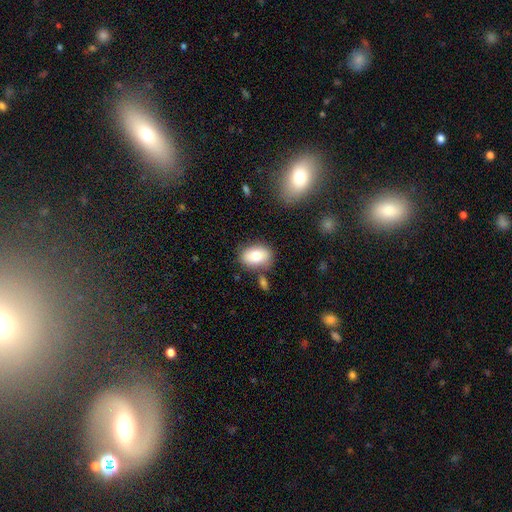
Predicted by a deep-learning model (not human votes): Smooth or featured: smooth — 79% (featured or disk — 13%)
How rounded: in between — 82% (round — 17%)
Merging: none — 75% (minor disturbance — 14%)